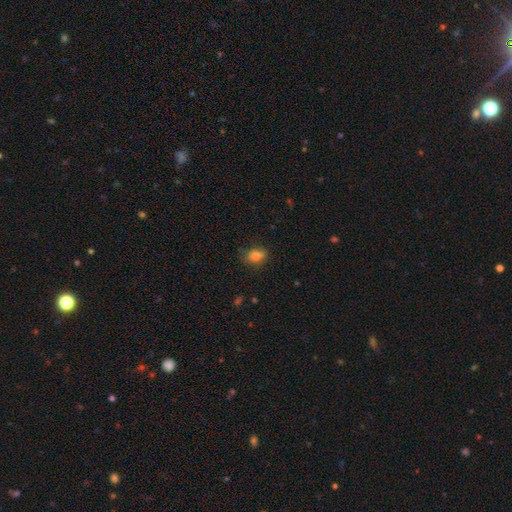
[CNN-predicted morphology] The model was most divided on "how rounded": in between: 77%, round: 21%, cigar-shaped: 3%. More confident: smooth or featured — smooth (83%); merging — none (76%).